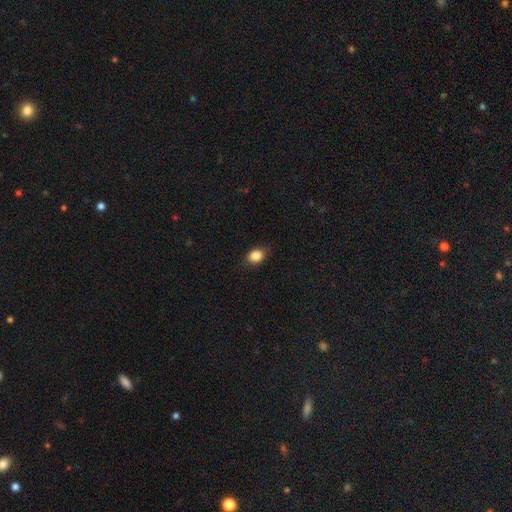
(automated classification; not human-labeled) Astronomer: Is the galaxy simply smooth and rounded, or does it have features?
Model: smooth — 85%.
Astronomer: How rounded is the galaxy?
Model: in between — 60% (runner-up: round, 39%).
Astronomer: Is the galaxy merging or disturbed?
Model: none — 82%.